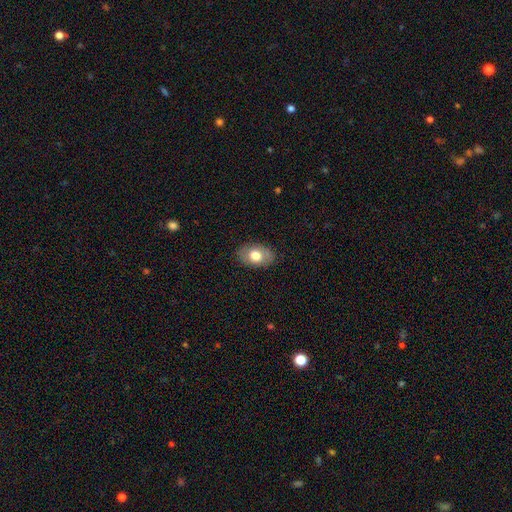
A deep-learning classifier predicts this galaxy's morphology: Q: Smooth or featured?
A: smooth (70%); runner-up: featured or disk (23%)
Q: How rounded?
A: in between (86%); runner-up: round (12%)
Q: Merging?
A: none (85%); runner-up: minor disturbance (12%)